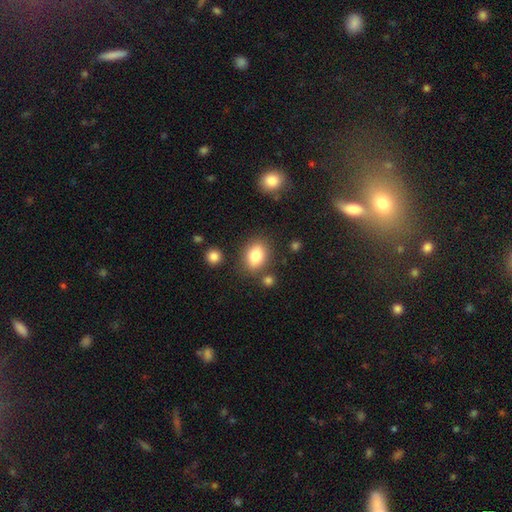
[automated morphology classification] A smooth galaxy with no disk features (82%) that is in between round and cigar-shaped (75%).

Vote fractions:
- Smooth or featured? smooth: 82% / featured or disk: 9% / star or artifact: 9%
- How rounded? in between: 75% / round: 23% / cigar-shaped: 2%
- Merging? none: 77% / minor disturbance: 12% / merger: 7% / major disturbance: 4%